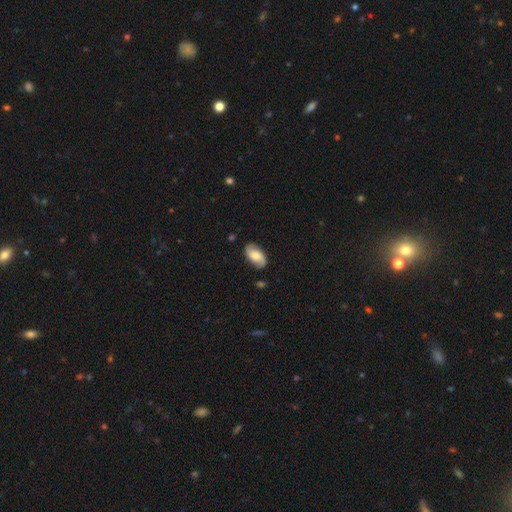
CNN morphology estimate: Smooth or featured?
  - featured or disk: 47% *
  - smooth: 46%
  - star or artifact: 7%
Merging?
  - none: 82% *
  - minor disturbance: 13%
  - major disturbance: 3%
  - merger: 2%